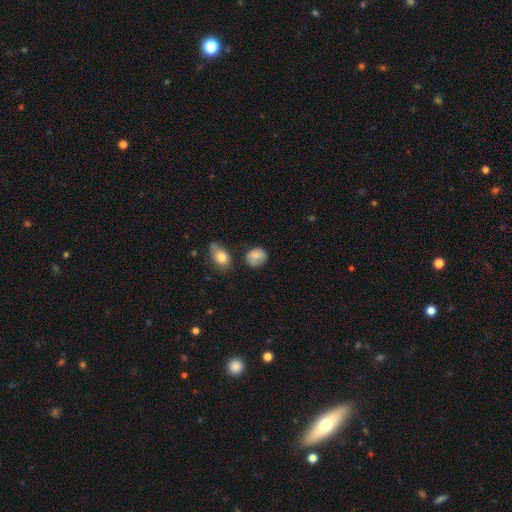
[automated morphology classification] Smooth or featured? Predicted: smooth (p=0.82). How rounded? Predicted: round (p=0.62). Merging? Predicted: none (p=0.66).